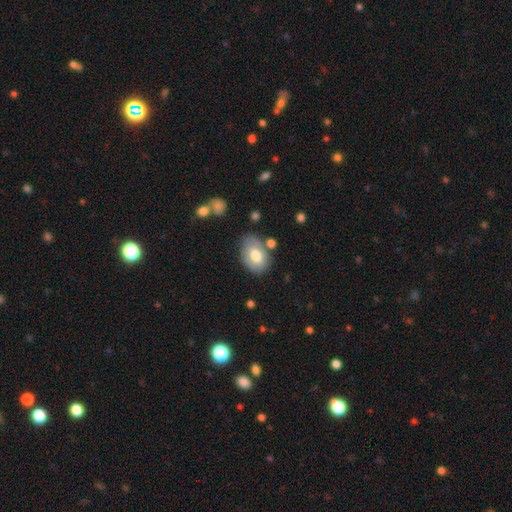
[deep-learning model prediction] smooth_or_featured: smooth (p=0.61) [alt: featured or disk p=0.32]
how_rounded: in between (p=0.84) [alt: round p=0.15]
merging: none (p=0.66) [alt: minor disturbance p=0.21]